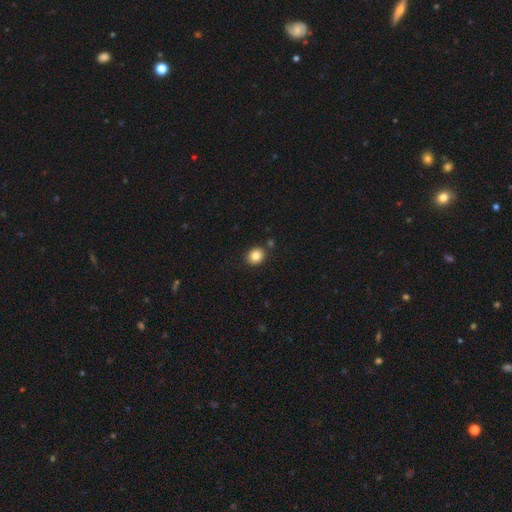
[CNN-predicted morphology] This appears to be a smooth galaxy with no disk features (85%) that is round (64%). Merging: none (85%).